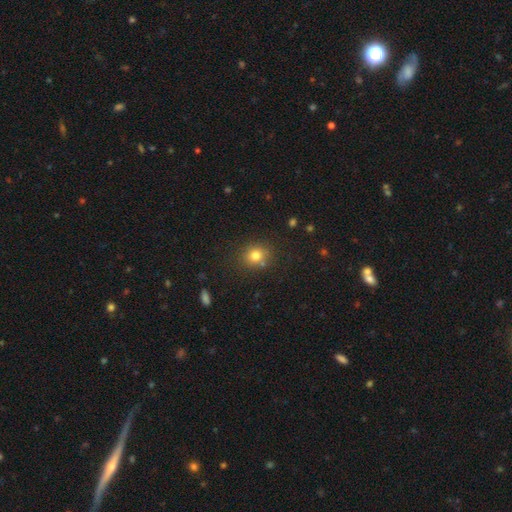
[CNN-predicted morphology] type=smooth (78%); roundness=round (78%); merging=none (77%).